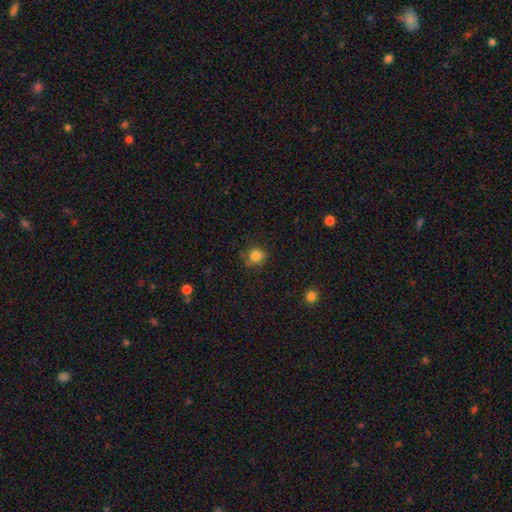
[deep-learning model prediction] The model was most divided on "merging": none: 71%, minor disturbance: 22%, major disturbance: 5%, merger: 3%. More confident: smooth or featured — smooth (82%); how rounded — round (80%).